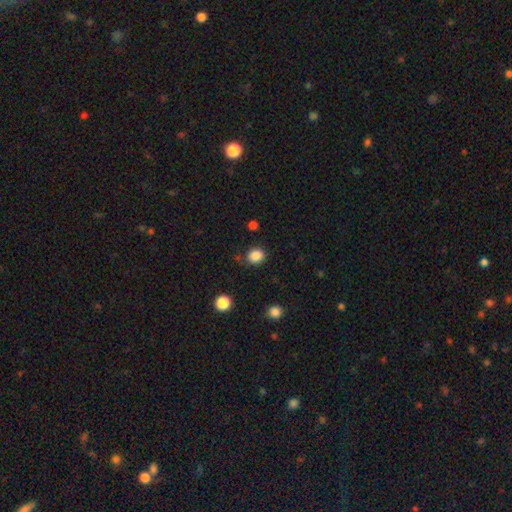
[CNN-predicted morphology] Smooth or featured? Predicted: smooth (p=0.86). How rounded? Predicted: round (p=0.70). Merging? Predicted: none (p=0.79).